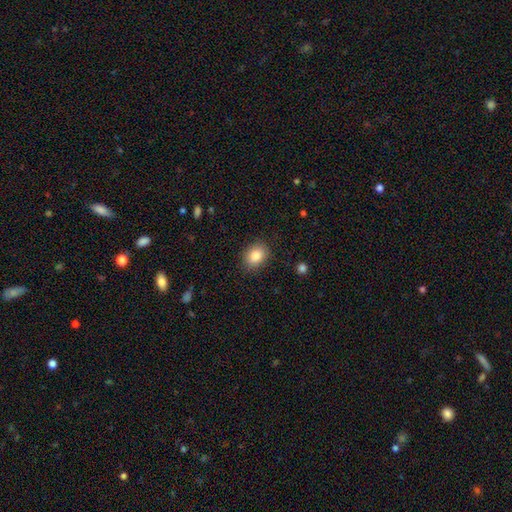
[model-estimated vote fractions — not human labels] This appears to be a smooth galaxy with no disk features (85%) that is in between round and cigar-shaped (62%). Merging: none (87%).